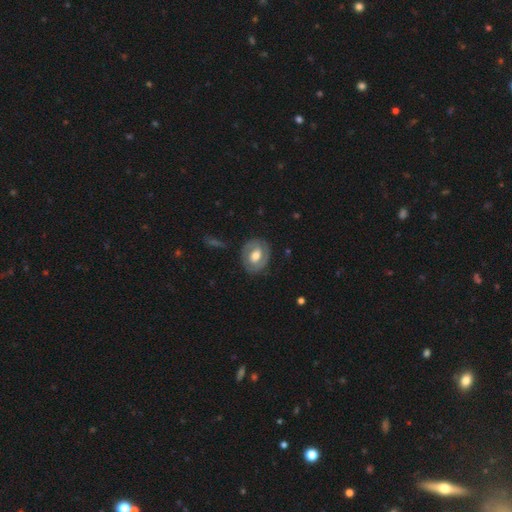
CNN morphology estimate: Smooth or featured? Predicted: featured or disk (p=0.63). Edge-on disk? Predicted: no (p=0.95). Bar? Predicted: no (p=0.45). Spiral arms? Predicted: yes (p=0.56). Bulge size? Predicted: moderate (p=0.63). Merging? Predicted: none (p=0.80).